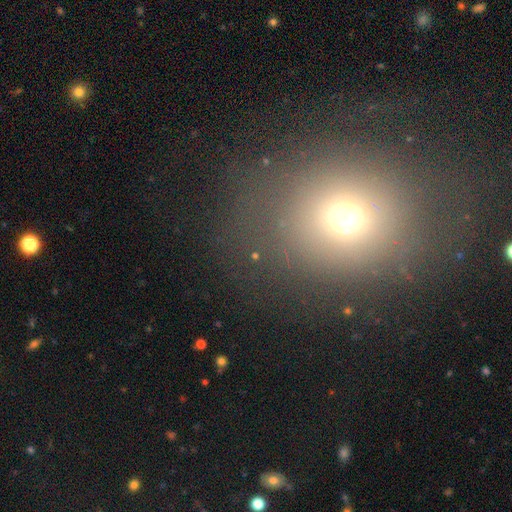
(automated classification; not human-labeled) Smooth or featured?
  - star or artifact: 45% *
  - smooth: 43%
  - featured or disk: 12%